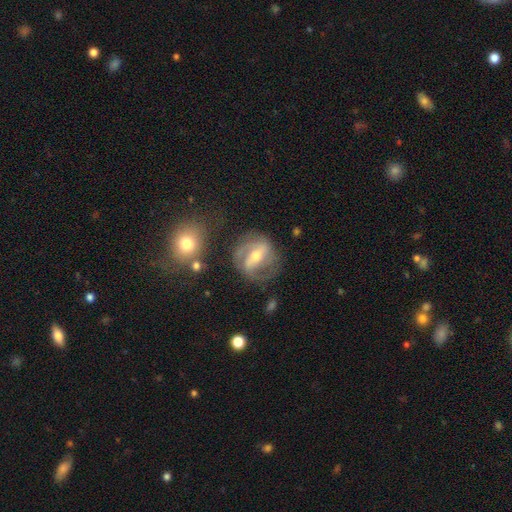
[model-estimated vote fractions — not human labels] Smooth or featured?
  - featured or disk: 79% *
  - smooth: 14%
  - star or artifact: 7%
Edge-on disk?
  - no: 94% *
  - yes: 6%
Bar?
  - strong: 55% *
  - weak: 32%
  - no: 13%
Spiral arms?
  - yes: 86% *
  - no: 14%
Spiral winding?
  - medium: 45% *
  - tight: 34%
  - loose: 21%
Spiral arm count?
  - 2: 67% *
  - can't tell: 15%
  - 3: 9%
  - 1: 4%
  - 4: 2%
  - more than 4: 2%
Bulge size?
  - moderate: 56% *
  - small: 39%
  - large: 3%
  - none: 1%
  - dominant: 1%
Merging?
  - none: 68% *
  - minor disturbance: 17%
  - major disturbance: 11%
  - merger: 4%